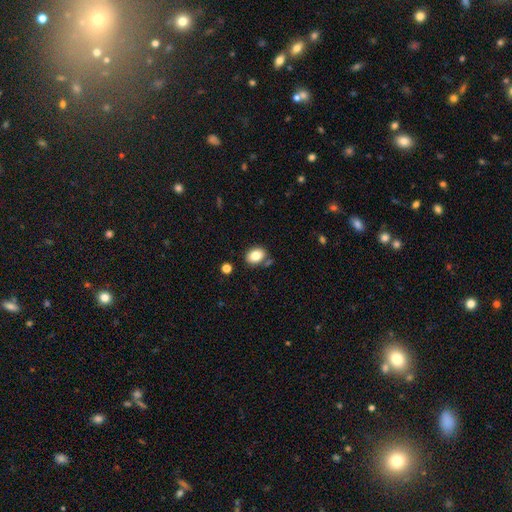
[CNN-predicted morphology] Smooth or featured?
  - smooth: 83% *
  - star or artifact: 9%
  - featured or disk: 8%
How rounded?
  - in between: 72% *
  - round: 27%
  - cigar-shaped: 1%
Merging?
  - none: 77% *
  - minor disturbance: 13%
  - merger: 7%
  - major disturbance: 3%